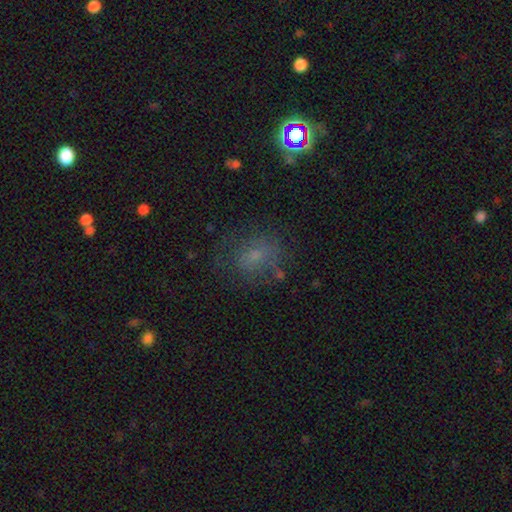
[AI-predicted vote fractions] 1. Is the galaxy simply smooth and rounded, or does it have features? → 53% smooth, 25% star or artifact, 22% featured or disk.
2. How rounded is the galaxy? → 55% round, 43% in between, 2% cigar-shaped.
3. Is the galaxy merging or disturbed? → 64% none, 19% minor disturbance, 14% major disturbance, 3% merger.